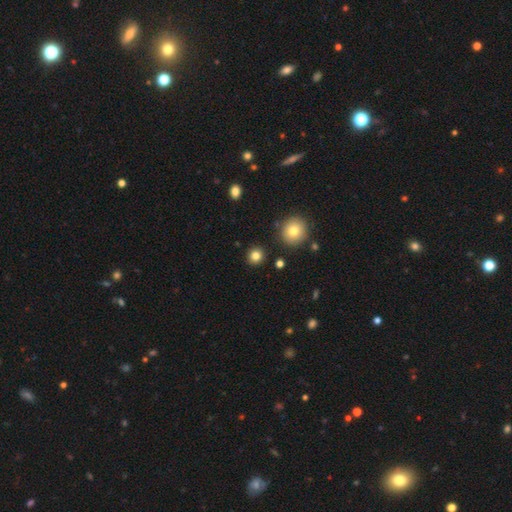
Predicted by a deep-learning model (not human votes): Smooth or featured?
  - smooth: 82% *
  - star or artifact: 12%
  - featured or disk: 6%
How rounded?
  - round: 93% *
  - in between: 6%
  - cigar-shaped: 1%
Merging?
  - none: 90% *
  - minor disturbance: 6%
  - merger: 2%
  - major disturbance: 2%